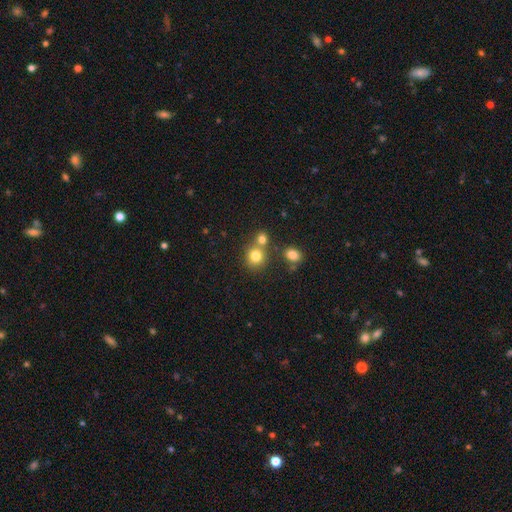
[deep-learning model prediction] Q: Smooth or featured?
A: smooth (79%); runner-up: star or artifact (13%)
Q: How rounded?
A: round (82%); runner-up: in between (17%)
Q: Merging?
A: none (59%); runner-up: merger (29%)